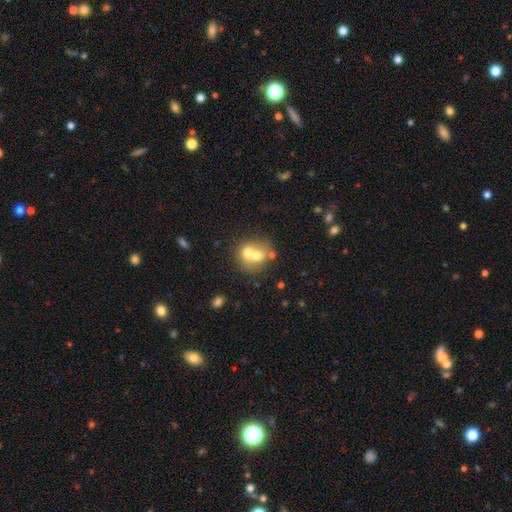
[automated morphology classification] Smooth or featured: smooth — 62% (featured or disk — 28%)
How rounded: round — 70% (in between — 29%)
Merging: merger — 62% (none — 28%)